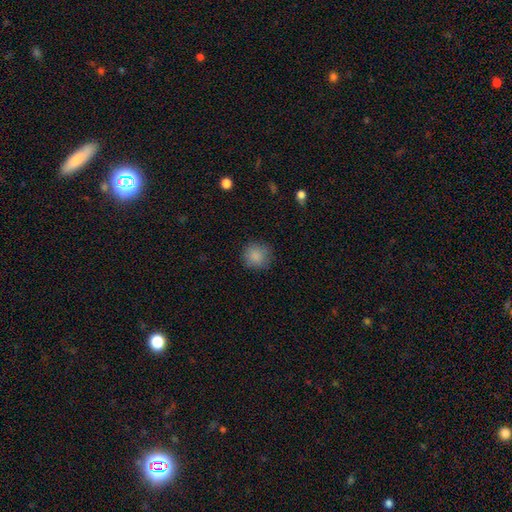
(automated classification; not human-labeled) A smooth galaxy with no disk features (87%) that is round (92%).

Vote fractions:
- Smooth or featured? smooth: 87% / star or artifact: 9% / featured or disk: 4%
- How rounded? round: 92% / in between: 7% / cigar-shaped: 1%
- Merging? none: 85% / minor disturbance: 11% / major disturbance: 3% / merger: 1%